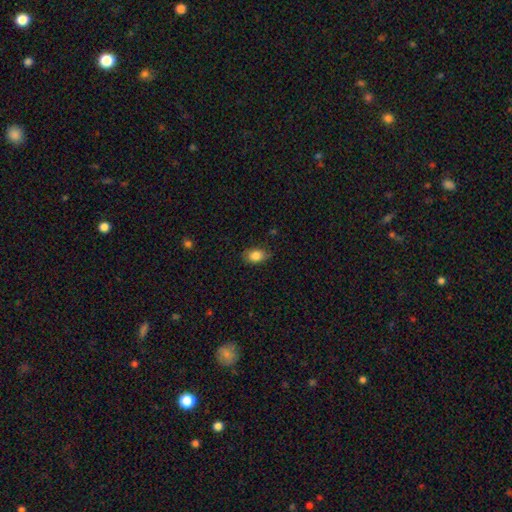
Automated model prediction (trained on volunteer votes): Smooth or featured?
  - smooth: 85% *
  - star or artifact: 8%
  - featured or disk: 7%
How rounded?
  - in between: 80% *
  - round: 18%
  - cigar-shaped: 2%
Merging?
  - none: 78% *
  - minor disturbance: 18%
  - major disturbance: 3%
  - merger: 1%